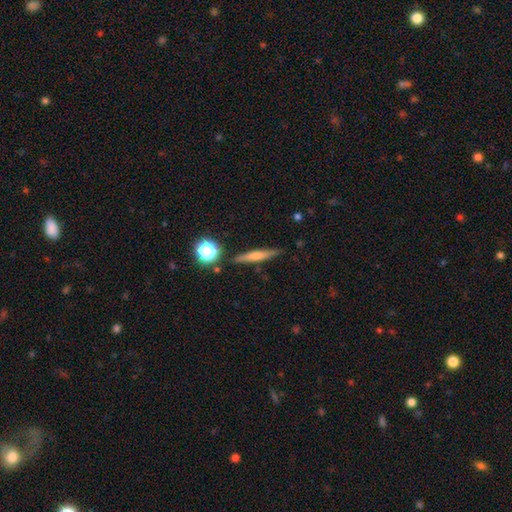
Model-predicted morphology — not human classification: Smooth or featured? featured or disk (48%)
Merging? none (87%)